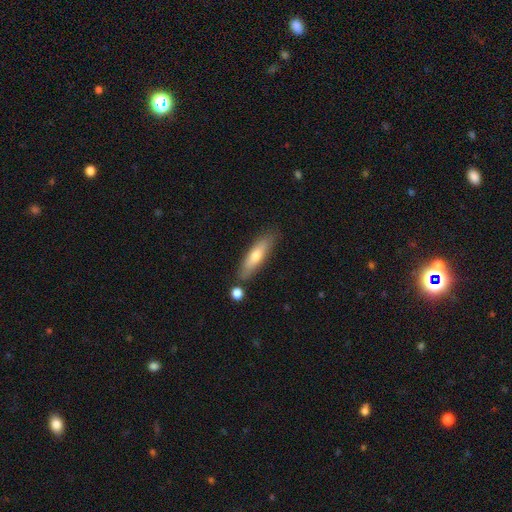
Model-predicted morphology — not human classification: Smooth or featured? Predicted: smooth (p=0.62). How rounded? Predicted: cigar-shaped (p=0.71). Merging? Predicted: none (p=0.80).